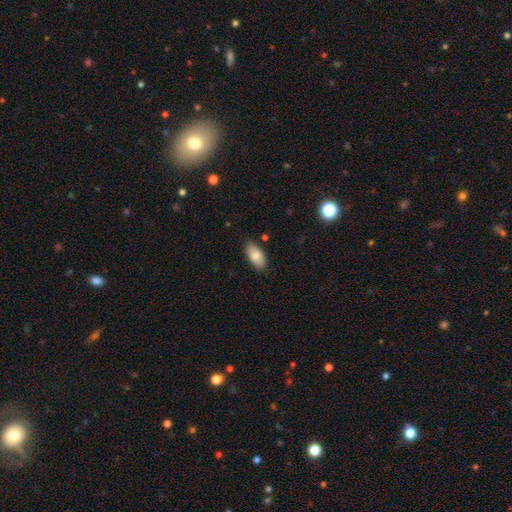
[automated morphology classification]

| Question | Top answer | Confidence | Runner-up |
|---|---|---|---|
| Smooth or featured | smooth | 83% | featured or disk (10%) |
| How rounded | in between | 93% | cigar-shaped (4%) |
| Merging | none | 84% | minor disturbance (12%) |